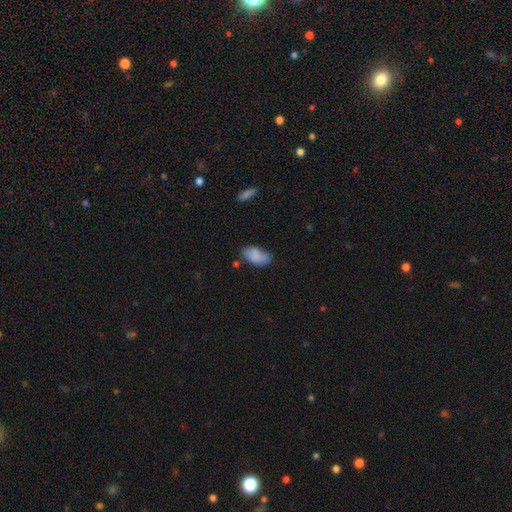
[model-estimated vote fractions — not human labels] A smooth galaxy with no disk features (83%) that is in between round and cigar-shaped (94%).

Vote fractions:
- Smooth or featured? smooth: 83% / featured or disk: 10% / star or artifact: 7%
- How rounded? in between: 94% / round: 4% / cigar-shaped: 3%
- Merging? none: 65% / minor disturbance: 24% / merger: 6% / major disturbance: 5%